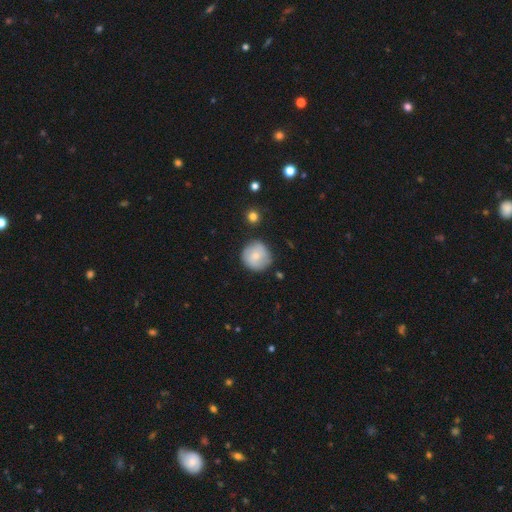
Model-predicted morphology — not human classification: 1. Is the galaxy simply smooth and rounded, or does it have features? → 71% smooth, 22% featured or disk, 7% star or artifact.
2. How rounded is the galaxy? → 94% round, 5% in between, 1% cigar-shaped.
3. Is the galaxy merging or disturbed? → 78% none, 16% minor disturbance, 4% major disturbance, 2% merger.